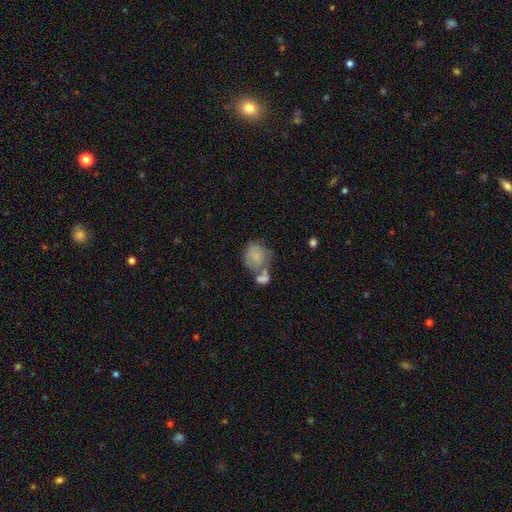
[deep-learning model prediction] A smooth galaxy with no disk features (67%) that is round (55%).

Vote fractions:
- Smooth or featured? smooth: 67% / featured or disk: 24% / star or artifact: 8%
- How rounded? round: 55% / in between: 43% / cigar-shaped: 1%
- Merging? merger: 47% / none: 23% / minor disturbance: 16% / major disturbance: 14%